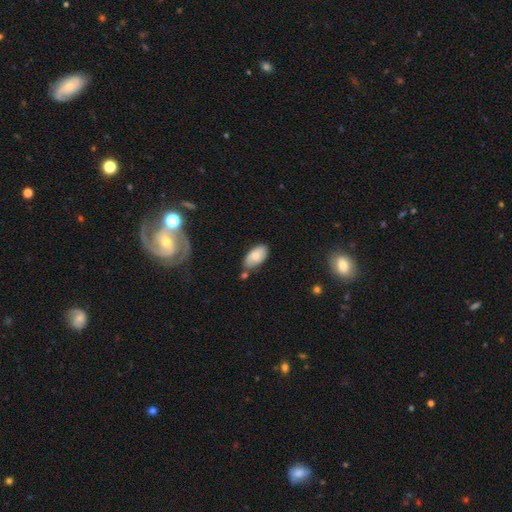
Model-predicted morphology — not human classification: smooth 66%, featured or disk 27%, star or artifact 7%. Down the decision tree: how rounded — in between (94%); merging — none (64%).